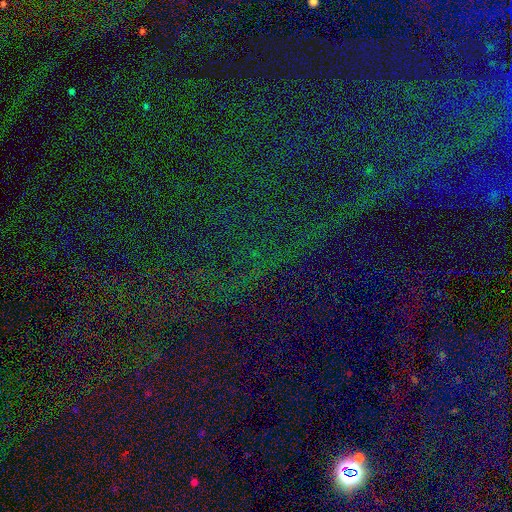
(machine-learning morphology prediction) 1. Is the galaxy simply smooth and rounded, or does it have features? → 84% star or artifact, 9% smooth, 8% featured or disk.